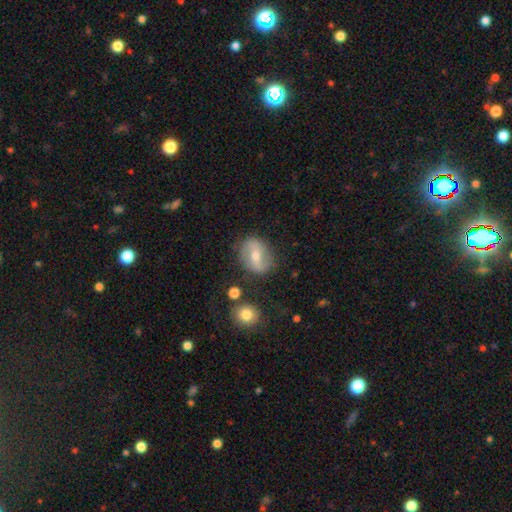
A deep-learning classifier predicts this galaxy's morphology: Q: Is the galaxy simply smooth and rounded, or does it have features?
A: featured or disk — 62%.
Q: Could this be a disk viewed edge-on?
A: no — 94%.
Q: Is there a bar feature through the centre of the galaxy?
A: strong — 44%.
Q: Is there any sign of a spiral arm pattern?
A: yes — 72%.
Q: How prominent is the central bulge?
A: moderate — 58%.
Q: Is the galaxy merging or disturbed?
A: none — 79%.